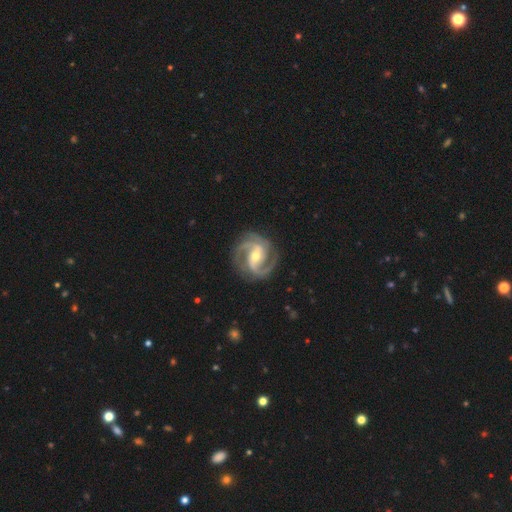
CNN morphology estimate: Overall: featured or disk (94%). Edge-on disk: no (98%). Bar: weak (40%; strong 36%). Spiral arms: yes (99%). Spiral arm count: 2 (51%; 3 36%). Spiral winding: medium (54%; tight 38%). Bulge size: moderate (57%; small 38%). Merging: none (82%).